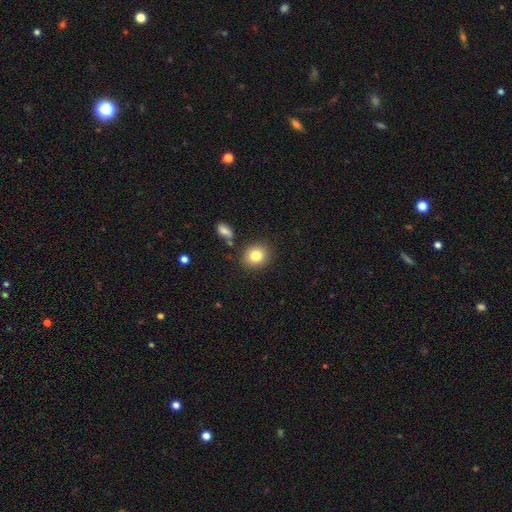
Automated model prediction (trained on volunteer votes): This is clearly a smooth galaxy (82%). How rounded: likely round (70%). Merging: clearly none (84%).